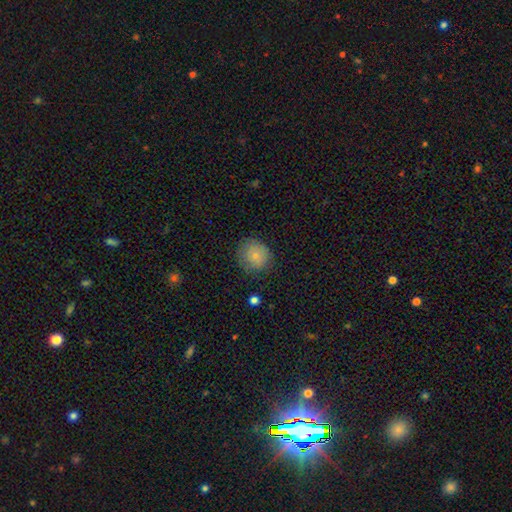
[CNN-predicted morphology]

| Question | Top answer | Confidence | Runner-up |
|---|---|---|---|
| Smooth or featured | smooth | 78% | featured or disk (13%) |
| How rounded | round | 87% | in between (13%) |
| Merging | none | 79% | minor disturbance (15%) |